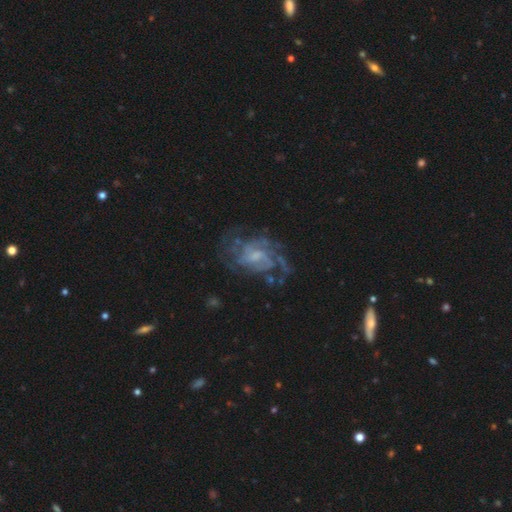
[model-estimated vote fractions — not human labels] Morphology: type=featured or disk (82%); edge-on=no (97%); bar=no (48%); spiral arms=yes (91%); winding=medium (42%); arm count=can't tell (38%); bulge=small (47%); merging=none (58%).